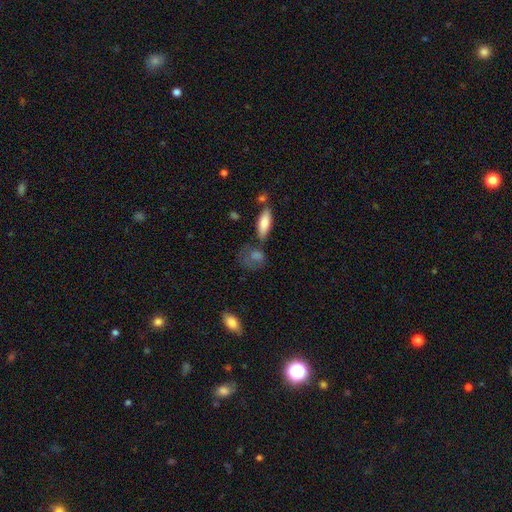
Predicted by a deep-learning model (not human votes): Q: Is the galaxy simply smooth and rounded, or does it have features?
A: smooth — 66%.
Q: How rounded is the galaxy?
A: in between — 56%.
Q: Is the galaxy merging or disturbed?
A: none — 55%.